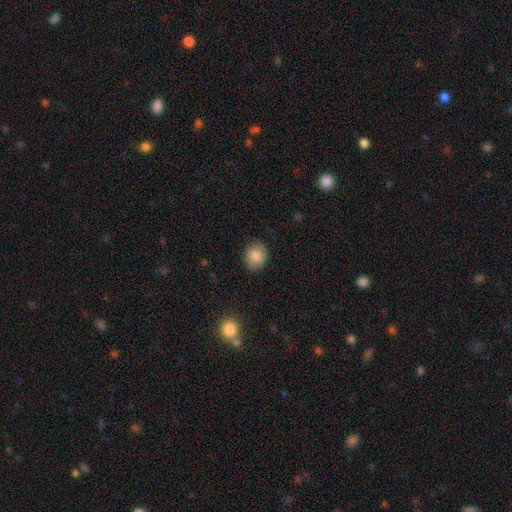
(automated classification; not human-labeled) This appears to be a smooth galaxy with no disk features (85%) that is round (64%). Merging: none (87%).